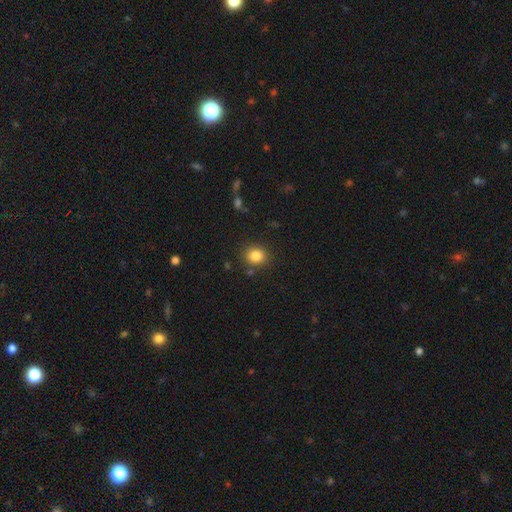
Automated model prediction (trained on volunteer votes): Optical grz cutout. It shows a smooth galaxy with no disk features (83%) that is round (76%). Merging: none (86%).